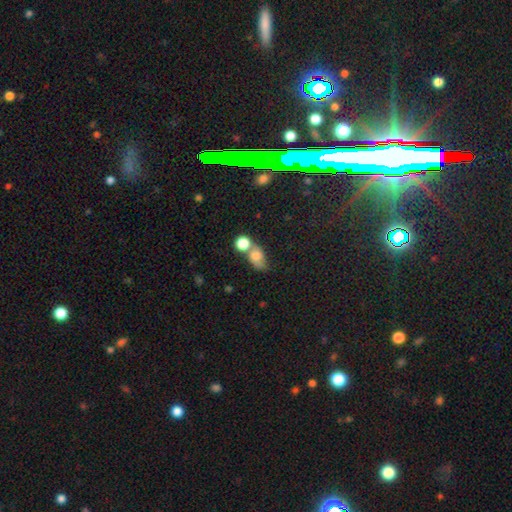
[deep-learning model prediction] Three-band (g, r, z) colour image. It shows a smooth galaxy with no disk features (62%) that is in between round and cigar-shaped (64%). Merging: merger (40%).